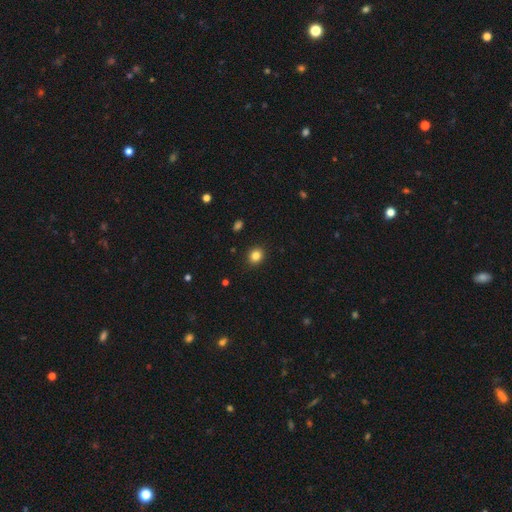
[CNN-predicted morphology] smooth-or-featured: smooth: 84% | star or artifact: 11% | featured or disk: 5%
  how-rounded: round: 72% | in between: 27% | cigar-shaped: 1%
  merging: none: 91% | minor disturbance: 6% | major disturbance: 2% | merger: 1%